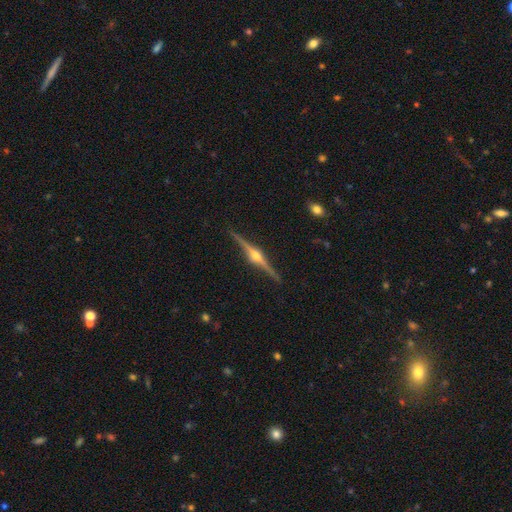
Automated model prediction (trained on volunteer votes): featured or disk 88%, smooth 6%, star or artifact 5%. Down the decision tree: edge-on disk — yes (98%); edge-on bulge — rounded (95%); merging — none (90%).